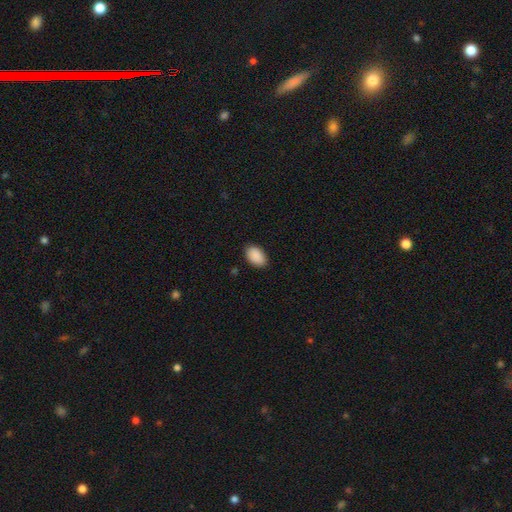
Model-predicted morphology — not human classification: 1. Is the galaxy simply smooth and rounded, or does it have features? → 91% smooth, 6% star or artifact, 3% featured or disk.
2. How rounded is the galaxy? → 90% in between, 9% round, 1% cigar-shaped.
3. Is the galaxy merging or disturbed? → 87% none, 10% minor disturbance, 2% major disturbance, 1% merger.